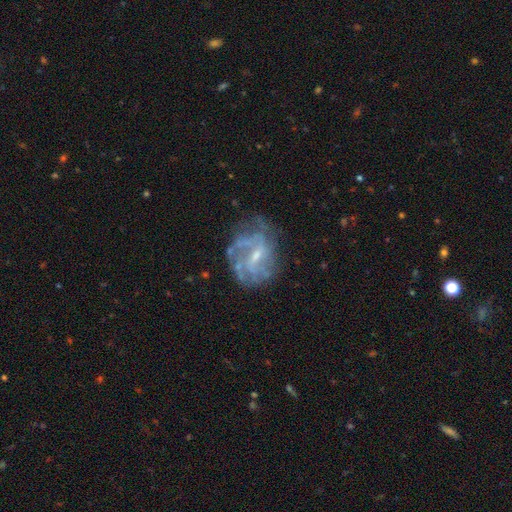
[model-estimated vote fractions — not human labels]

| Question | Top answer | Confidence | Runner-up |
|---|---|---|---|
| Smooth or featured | featured or disk | 75% | smooth (14%) |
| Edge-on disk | no | 97% | yes (3%) |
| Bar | weak | 53% | no (33%) |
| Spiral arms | yes | 75% | no (25%) |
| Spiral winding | medium | 40% | tight (35%) |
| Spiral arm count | can't tell | 45% | 2 (19%) |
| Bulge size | small | 57% | moderate (28%) |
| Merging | none | 57% | minor disturbance (22%) |